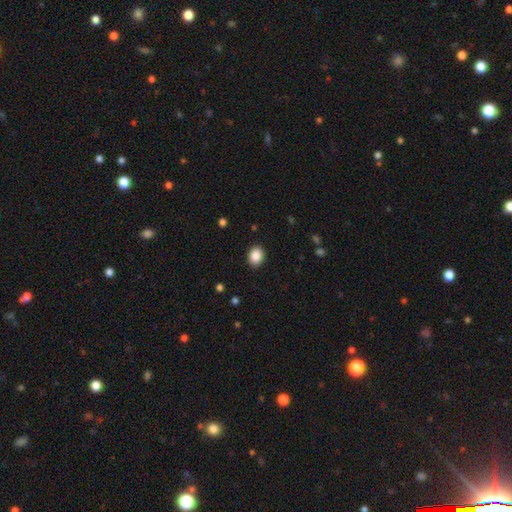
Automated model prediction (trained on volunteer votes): This appears to be a smooth galaxy with no disk features (88%) that is in between round and cigar-shaped (61%). Merging: none (90%).